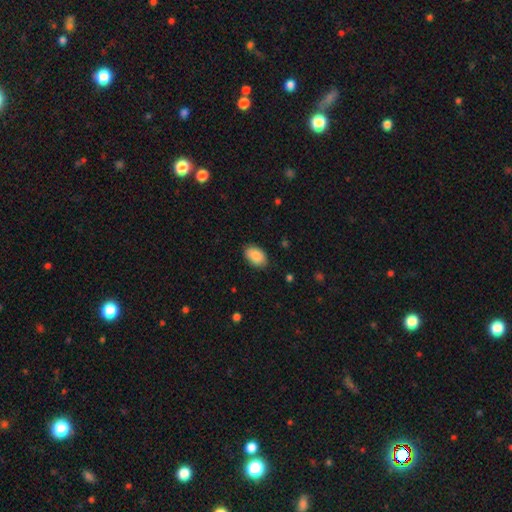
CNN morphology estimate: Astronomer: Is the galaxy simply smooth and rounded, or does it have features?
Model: smooth — 88%.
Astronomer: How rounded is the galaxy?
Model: in between — 90%.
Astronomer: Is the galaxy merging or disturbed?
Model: none — 84%.